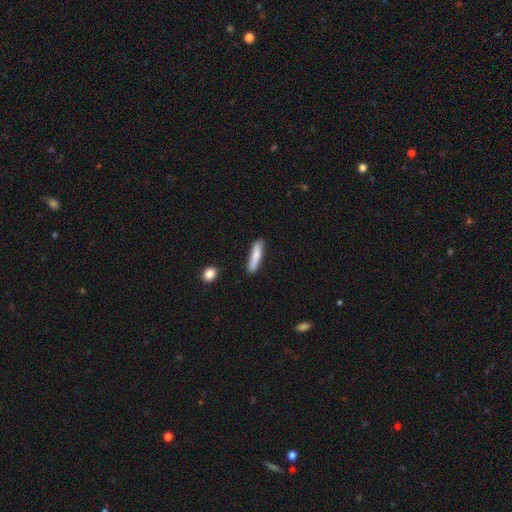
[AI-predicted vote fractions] Smooth or featured? Predicted: smooth (p=0.79). How rounded? Predicted: cigar-shaped (p=0.84). Merging? Predicted: none (p=0.81).